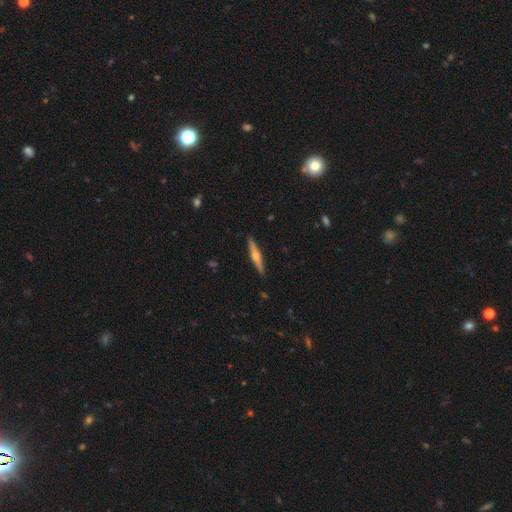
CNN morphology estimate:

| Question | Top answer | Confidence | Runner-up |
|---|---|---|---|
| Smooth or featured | featured or disk | 71% | smooth (23%) |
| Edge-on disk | yes | 98% | no (2%) |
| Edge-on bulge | rounded | 92% | none (4%) |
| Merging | none | 91% | minor disturbance (6%) |